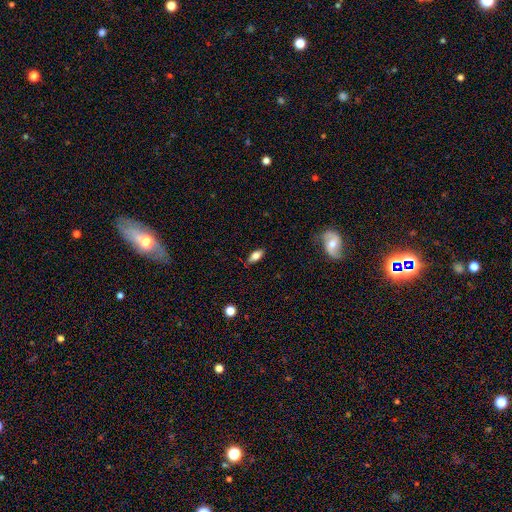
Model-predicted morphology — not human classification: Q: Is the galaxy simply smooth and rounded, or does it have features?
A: smooth — 76%.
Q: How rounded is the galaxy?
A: in between — 83%.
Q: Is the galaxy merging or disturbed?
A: none — 84%.